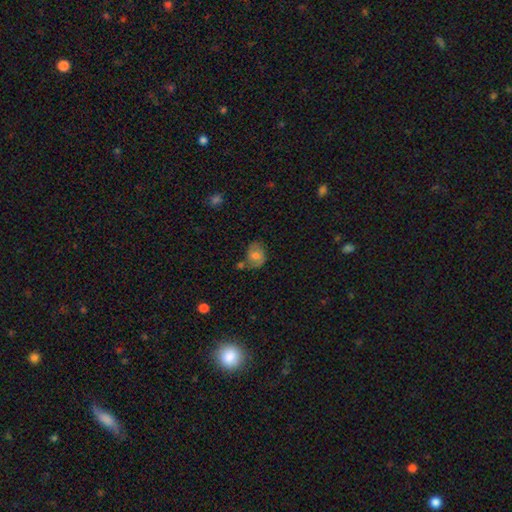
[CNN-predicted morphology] A smooth galaxy with no disk features (56%) that is in between round and cigar-shaped (53%). Merging: none (52%).